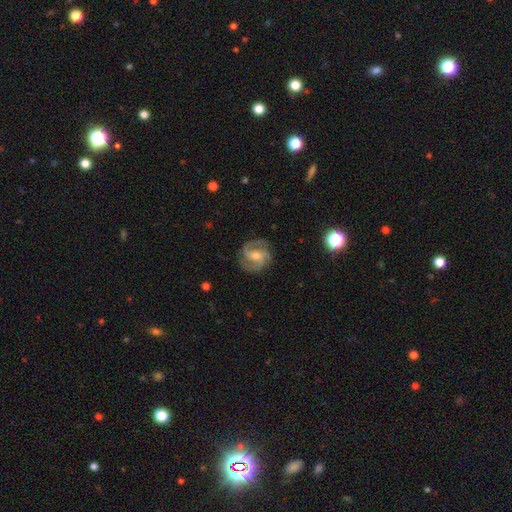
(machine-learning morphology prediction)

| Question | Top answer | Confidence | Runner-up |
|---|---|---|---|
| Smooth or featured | featured or disk | 85% | smooth (9%) |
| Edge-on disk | no | 98% | yes (2%) |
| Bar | weak | 44% | no (37%) |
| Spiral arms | yes | 97% | no (3%) |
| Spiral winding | medium | 54% | tight (32%) |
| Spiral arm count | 2 | 54% | 3 (30%) |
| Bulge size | moderate | 56% | small (40%) |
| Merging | none | 81% | minor disturbance (13%) |